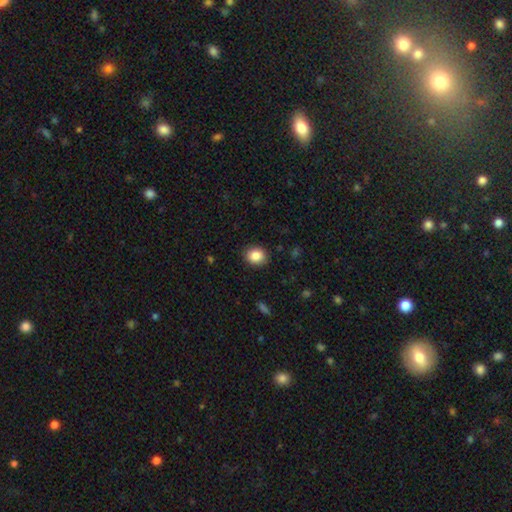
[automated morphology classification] Smooth or featured: smooth — 86% (star or artifact — 9%)
How rounded: round — 59% (in between — 40%)
Merging: none — 89% (minor disturbance — 8%)